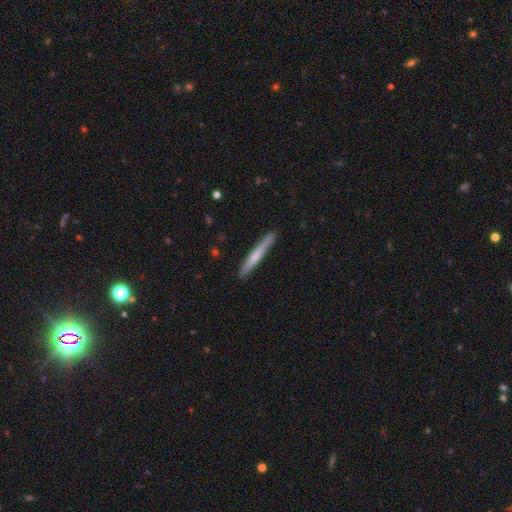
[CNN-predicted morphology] Overall: smooth (57%; featured or disk 38%). How rounded: cigar-shaped (96%). Merging: none (89%).